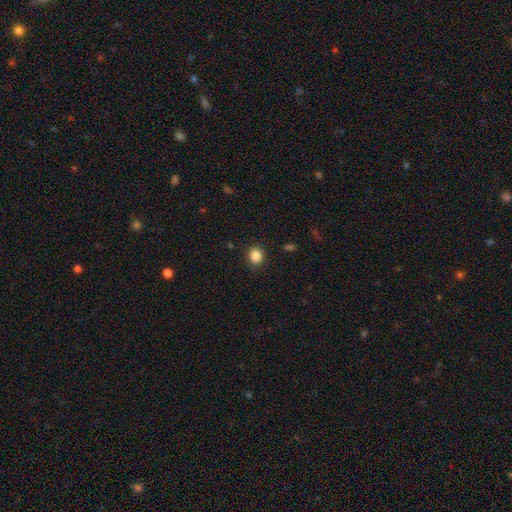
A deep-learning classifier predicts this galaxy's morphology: This is clearly a smooth galaxy (85%). How rounded: likely round (75%). Merging: clearly none (90%).